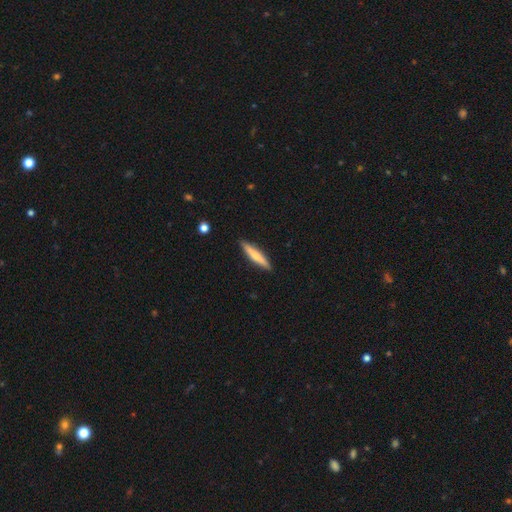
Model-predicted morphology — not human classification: A smooth galaxy with no disk features (61%) that is cigar-shaped (90%).

Vote fractions:
- Smooth or featured? smooth: 61% / featured or disk: 33% / star or artifact: 6%
- How rounded? cigar-shaped: 90% / in between: 9% / round: 1%
- Merging? none: 89% / minor disturbance: 8% / major disturbance: 2% / merger: 1%